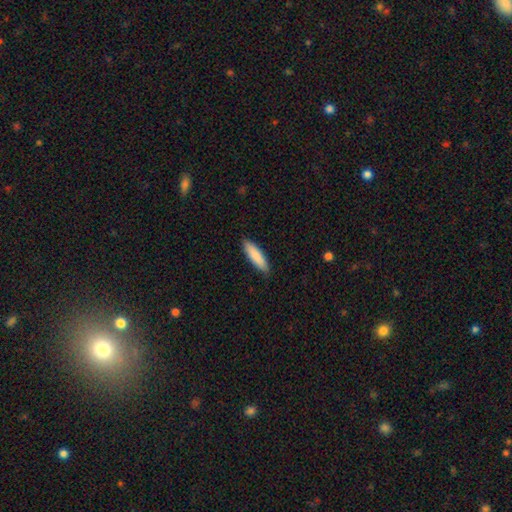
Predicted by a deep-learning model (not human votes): This is clearly a smooth galaxy (87%). How rounded: likely cigar-shaped (66%). Merging: clearly none (87%).